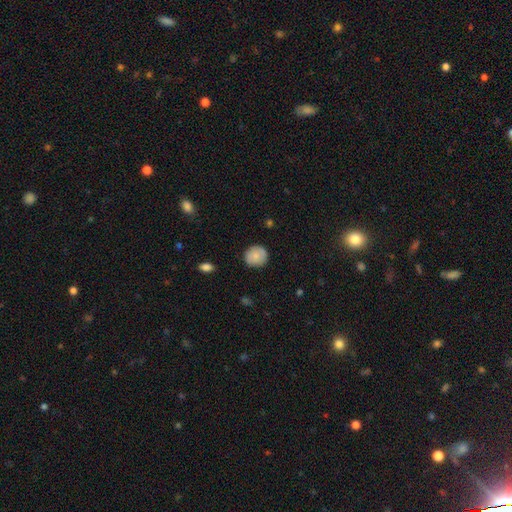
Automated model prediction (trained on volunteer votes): This appears to be a smooth galaxy with no disk features (82%) that is round (86%). Merging: none (84%).